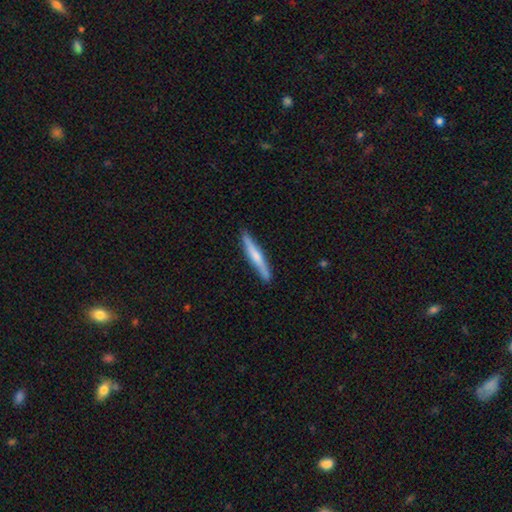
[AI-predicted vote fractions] Q: Smooth or featured?
A: smooth (52%); runner-up: featured or disk (42%)
Q: How rounded?
A: cigar-shaped (95%); runner-up: in between (4%)
Q: Merging?
A: none (88%); runner-up: minor disturbance (9%)